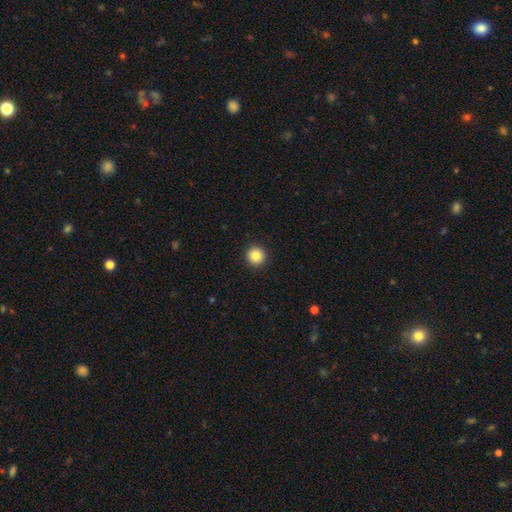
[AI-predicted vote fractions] Overall: smooth (86%). How rounded: round (96%). Merging: none (93%).